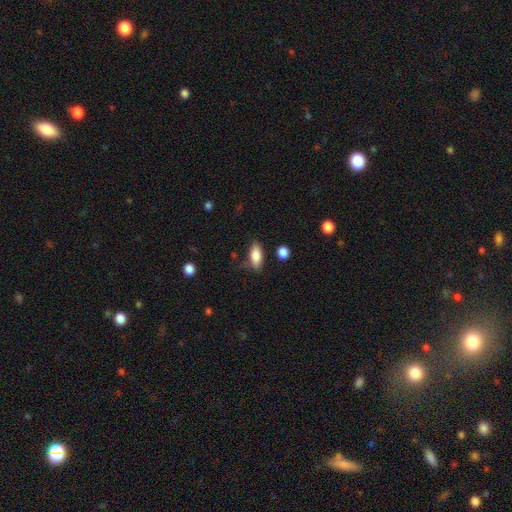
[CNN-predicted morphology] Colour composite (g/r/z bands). It shows a smooth galaxy with no disk features (83%) that is in between round and cigar-shaped (81%). Merging: none (74%).